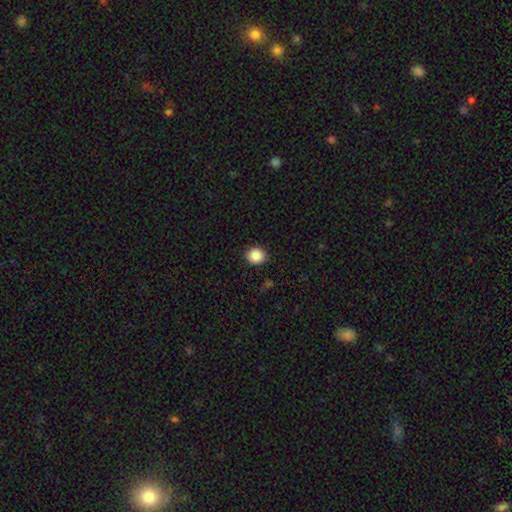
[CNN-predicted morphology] Smooth or featured: smooth — 88% (star or artifact — 9%)
How rounded: round — 79% (in between — 21%)
Merging: none — 91% (minor disturbance — 6%)